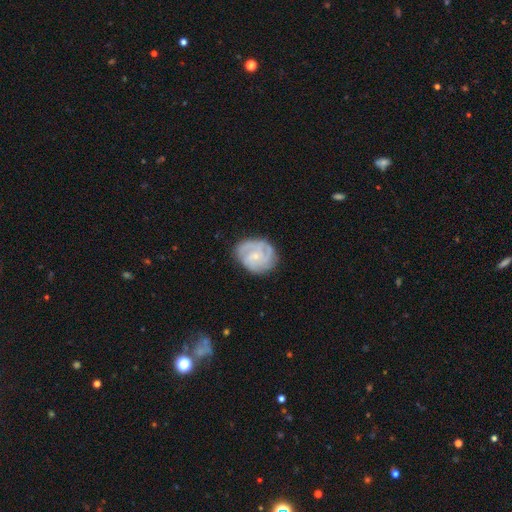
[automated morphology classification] smooth_or_featured: featured or disk (p=0.79) [alt: smooth p=0.15]
disk_edge_on: no (p=0.98) [alt: yes p=0.02]
bar: no (p=0.70) [alt: weak p=0.26]
has_spiral_arms: yes (p=0.95) [alt: no p=0.05]
spiral_winding: tight (p=0.59) [alt: medium p=0.33]
spiral_arm_count: 3 (p=0.38) [alt: can't tell p=0.22]
bulge_size: small (p=0.73) [alt: moderate p=0.21]
merging: none (p=0.74) [alt: minor disturbance p=0.19]